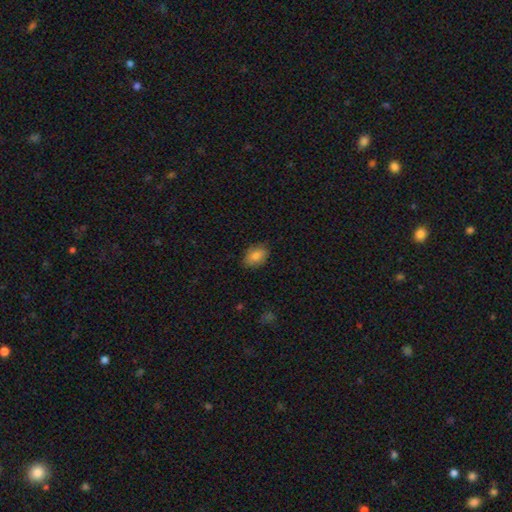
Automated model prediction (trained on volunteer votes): Smooth or featured?
  - smooth: 84% *
  - featured or disk: 9%
  - star or artifact: 8%
How rounded?
  - in between: 85% *
  - round: 14%
  - cigar-shaped: 2%
Merging?
  - none: 82% *
  - minor disturbance: 14%
  - major disturbance: 3%
  - merger: 1%